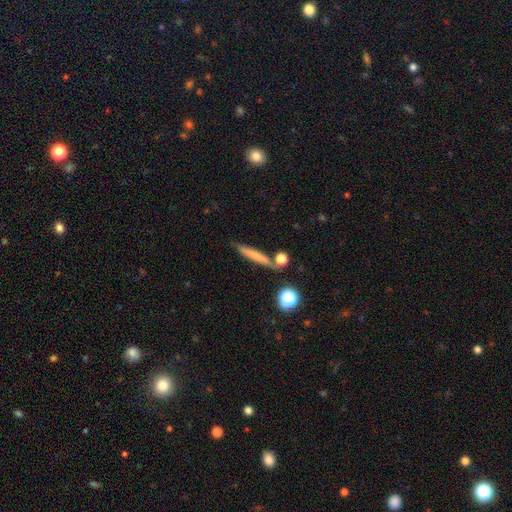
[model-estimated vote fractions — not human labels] This is likely a smooth galaxy (64%). How rounded: clearly cigar-shaped (89%). Merging: likely none (76%).